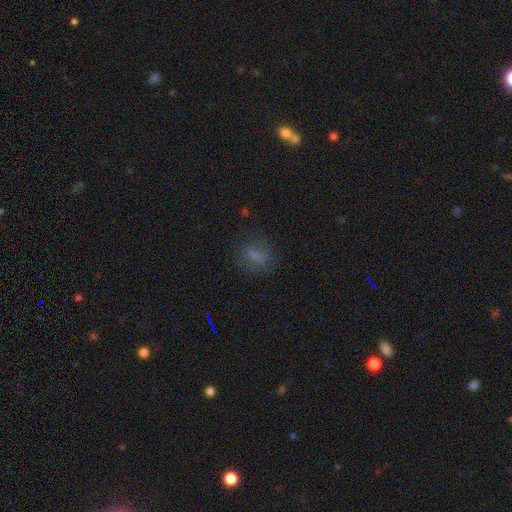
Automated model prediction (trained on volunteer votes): Q: Smooth or featured?
A: smooth (63%); runner-up: featured or disk (21%)
Q: How rounded?
A: in between (50%); runner-up: round (35%)
Q: Merging?
A: none (76%); runner-up: minor disturbance (14%)